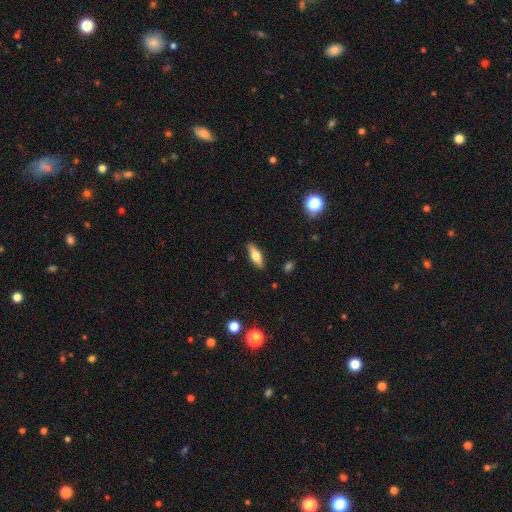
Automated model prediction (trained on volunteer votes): Smooth or featured: smooth — 61% (featured or disk — 32%)
How rounded: in between — 59% (cigar-shaped — 39%)
Merging: none — 88% (minor disturbance — 9%)